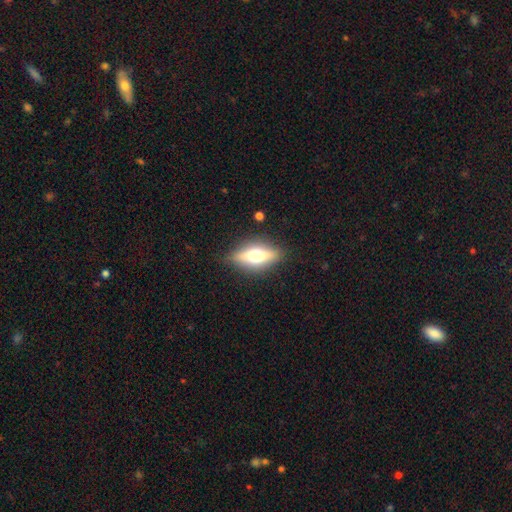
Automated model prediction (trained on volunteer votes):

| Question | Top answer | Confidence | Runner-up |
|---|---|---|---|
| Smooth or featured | featured or disk | 47% | smooth (45%) |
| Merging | none | 85% | minor disturbance (10%) |